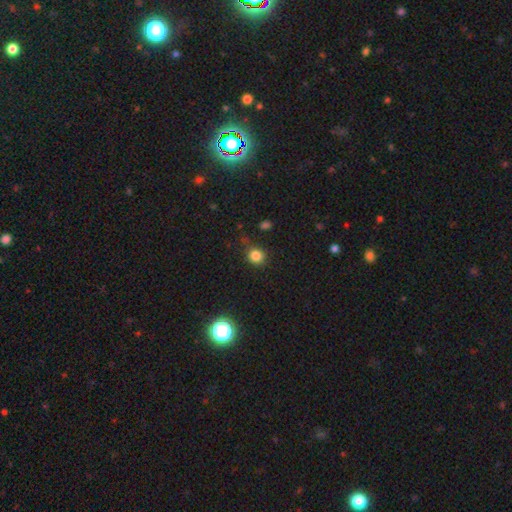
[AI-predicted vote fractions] The model was most divided on "merging": none: 76%, minor disturbance: 17%, major disturbance: 5%, merger: 3%. More confident: how rounded — round (84%); smooth or featured — smooth (81%).